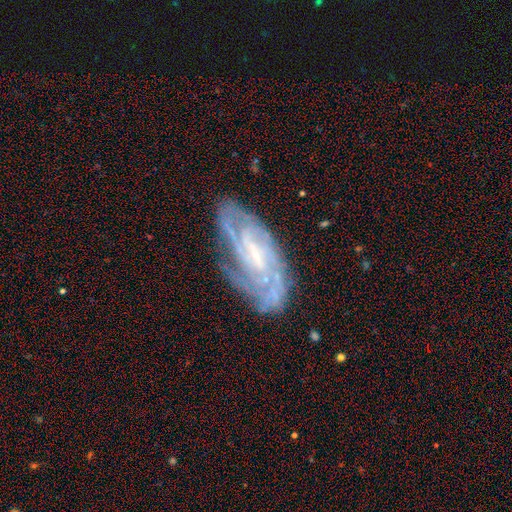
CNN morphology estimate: A featured or disk galaxy (82%) with a weak bar (45%), tight (67%) spiral arms (95%) and a small central bulge (60%).

Vote fractions:
- Smooth or featured? featured or disk: 82% / smooth: 10% / star or artifact: 8%
- Edge-on disk? no: 92% / yes: 8%
- Bar? weak: 45% / no: 31% / strong: 24%
- Spiral arms? yes: 95% / no: 5%
- Spiral winding? tight: 67% / medium: 28% / loose: 6%
- Spiral arm count? can't tell: 34% / 3: 20% / 2: 19% / 4: 14% / more than 4: 7% / 1: 6%
- Bulge size? small: 60% / moderate: 23% / none: 14% / large: 3% / dominant: 1%
- Merging? none: 74% / minor disturbance: 18% / major disturbance: 6% / merger: 2%